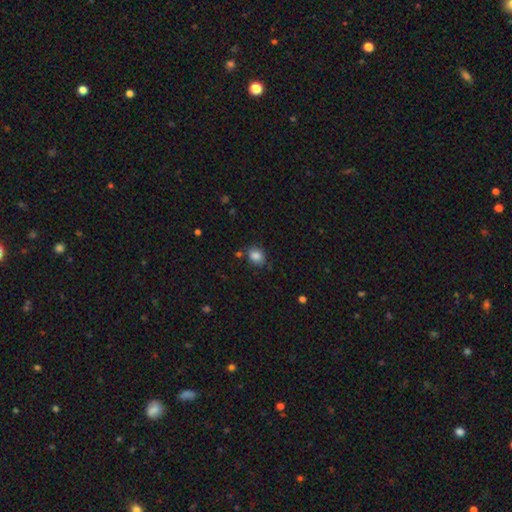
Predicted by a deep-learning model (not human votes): This is clearly a smooth galaxy (84%). How rounded: possibly in between (50%). Merging: likely none (73%).